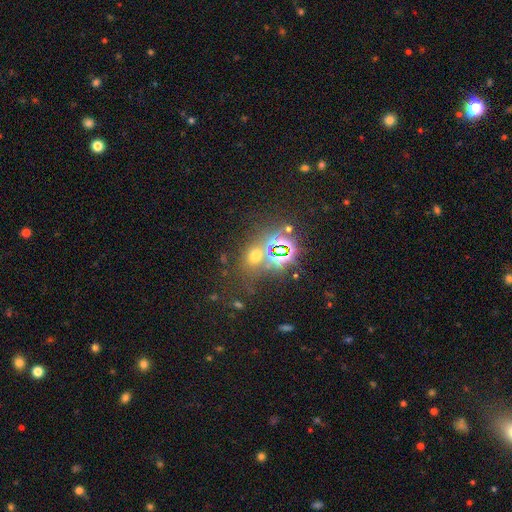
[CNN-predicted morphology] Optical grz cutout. It shows a star or artifact, not a galaxy (49%).